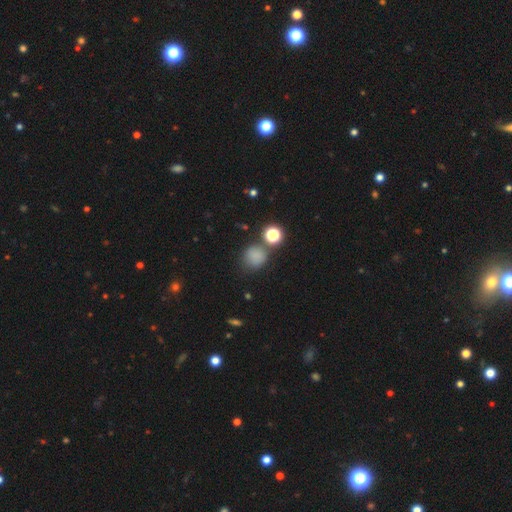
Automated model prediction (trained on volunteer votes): Smooth or featured? smooth (77%)
How rounded? round (83%)
Merging? none (67%)